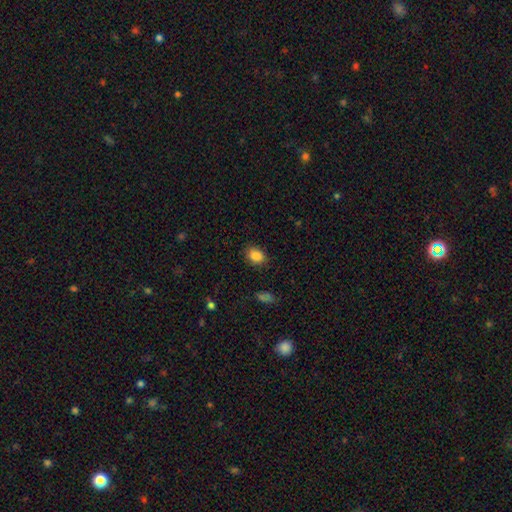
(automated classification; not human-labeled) Smooth or featured? Predicted: smooth (p=0.86). How rounded? Predicted: in between (p=0.69). Merging? Predicted: none (p=0.84).